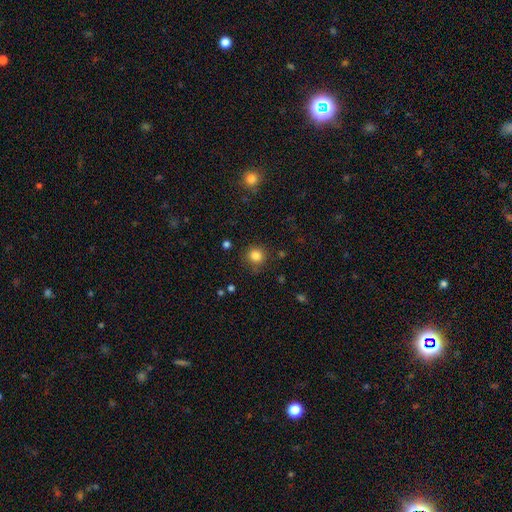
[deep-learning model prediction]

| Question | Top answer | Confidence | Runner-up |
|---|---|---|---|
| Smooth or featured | smooth | 84% | star or artifact (12%) |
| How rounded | round | 90% | in between (9%) |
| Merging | none | 84% | minor disturbance (11%) |